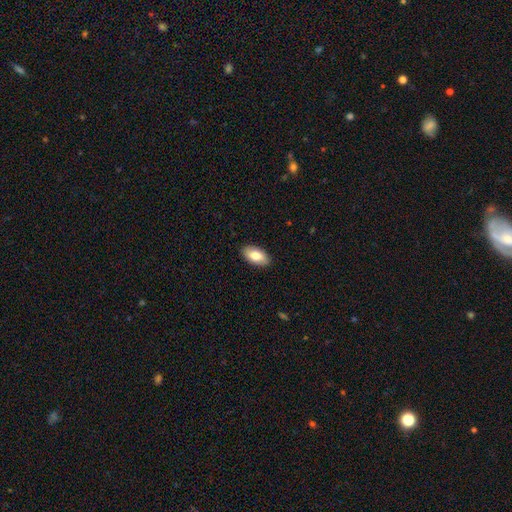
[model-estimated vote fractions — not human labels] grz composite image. It shows a smooth galaxy with no disk features (80%) that is in between round and cigar-shaped (94%). Merging: none (90%).